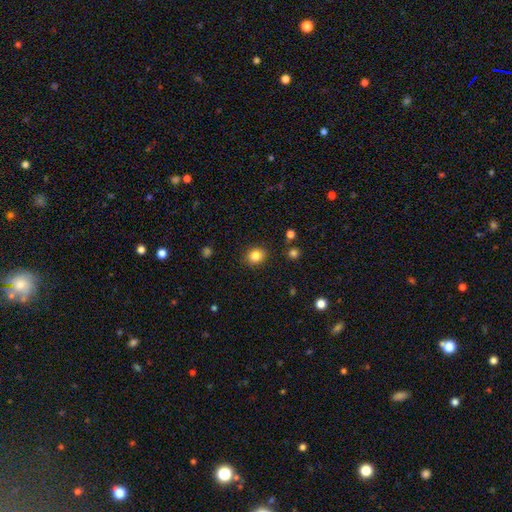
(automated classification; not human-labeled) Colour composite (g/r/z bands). It shows a smooth galaxy with no disk features (83%) that is round (68%). Merging: none (88%).